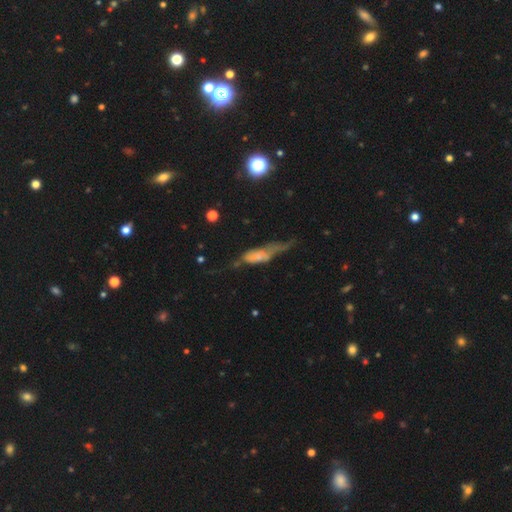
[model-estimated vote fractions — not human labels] This appears to be a featured or disk galaxy (47%). Merging: major disturbance (33%).